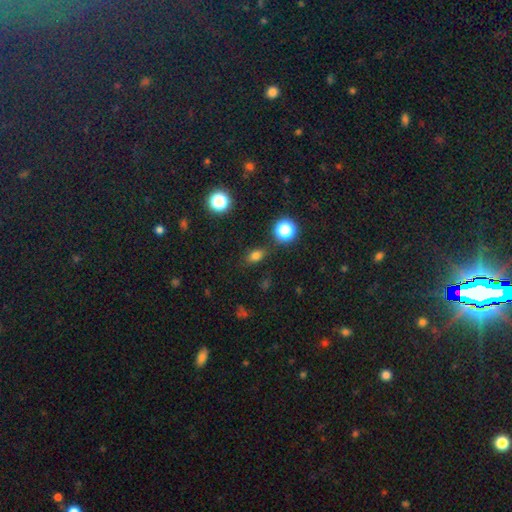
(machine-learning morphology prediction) Smooth or featured: smooth — 75% (star or artifact — 18%)
How rounded: in between — 69% (round — 28%)
Merging: none — 82% (minor disturbance — 11%)